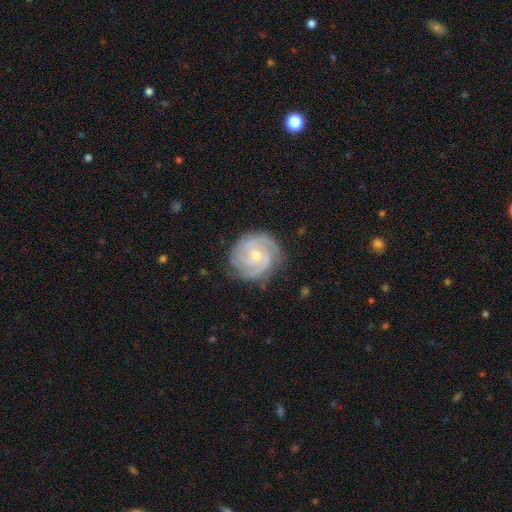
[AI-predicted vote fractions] A featured or disk galaxy (85%) with no bar (67%), 3 (36%) tight (70%) spiral arms (97%) and a small central bulge (65%).

Vote fractions:
- Smooth or featured? featured or disk: 85% / smooth: 10% / star or artifact: 5%
- Edge-on disk? no: 98% / yes: 2%
- Bar? no: 67% / weak: 28% / strong: 5%
- Spiral arms? yes: 97% / no: 3%
- Spiral winding? tight: 70% / medium: 26% / loose: 4%
- Spiral arm count? 3: 36% / 2: 31% / can't tell: 16% / 4: 7% / 1: 5% / more than 4: 5%
- Bulge size? small: 65% / moderate: 31% / none: 1% / large: 1% / dominant: 1%
- Merging? none: 81% / minor disturbance: 14% / major disturbance: 4% / merger: 1%